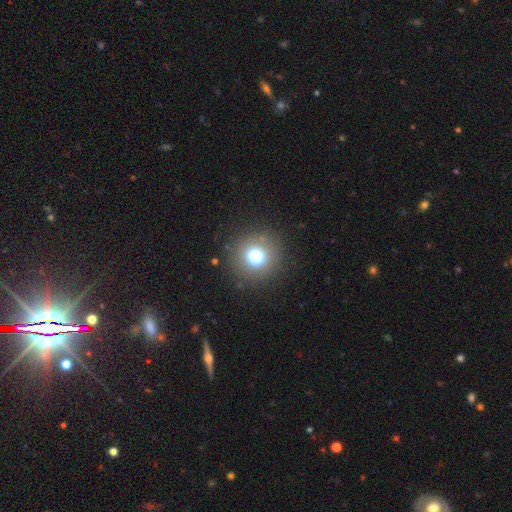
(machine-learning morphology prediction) Overall: smooth (74%). How rounded: round (94%). Merging: none (88%).